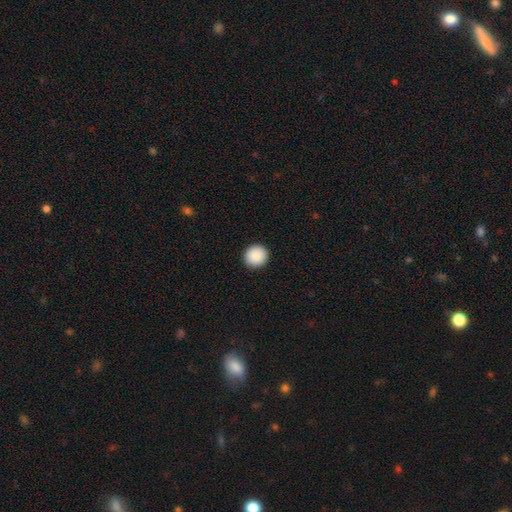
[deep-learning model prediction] A smooth galaxy with no disk features (90%) that is round (92%). Merging: none (93%).